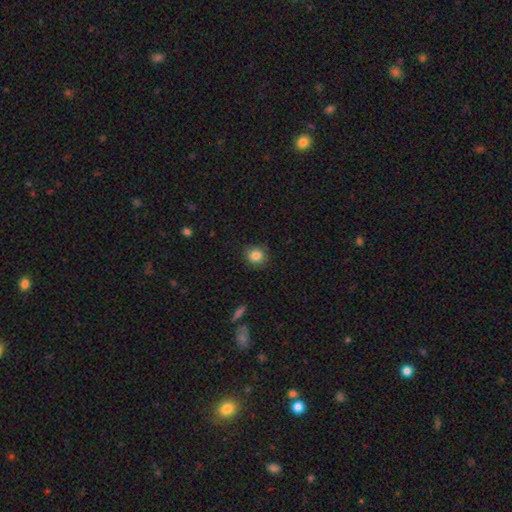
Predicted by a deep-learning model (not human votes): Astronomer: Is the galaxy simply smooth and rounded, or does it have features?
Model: smooth — 85%.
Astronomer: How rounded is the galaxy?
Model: round — 84%.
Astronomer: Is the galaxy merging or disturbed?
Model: none — 86%.